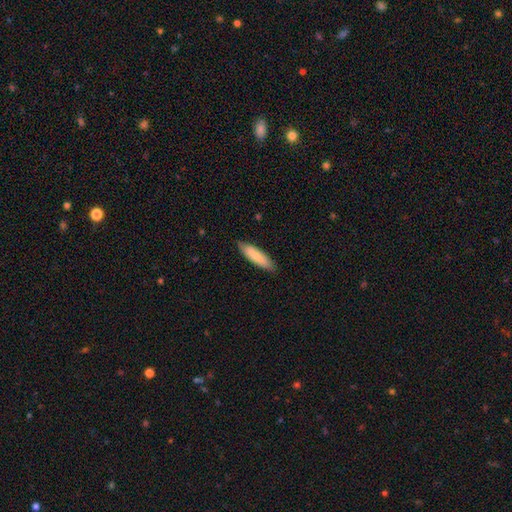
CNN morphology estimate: A smooth galaxy with no disk features (82%) that is cigar-shaped (65%).

Vote fractions:
- Smooth or featured? smooth: 82% / featured or disk: 12% / star or artifact: 5%
- How rounded? cigar-shaped: 65% / in between: 33% / round: 1%
- Merging? none: 86% / minor disturbance: 11% / major disturbance: 2% / merger: 1%